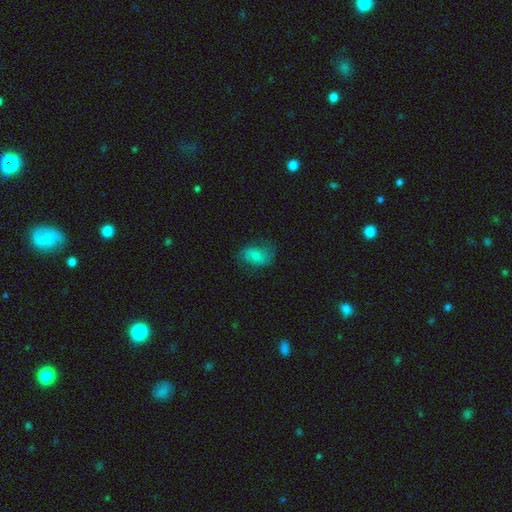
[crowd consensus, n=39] smooth_or_featured: smooth (p=0.64) [alt: featured or disk p=0.28]
how_rounded: in between (p=0.76) [alt: round p=0.24]
merging: none (p=0.64) [alt: minor disturbance p=0.31]